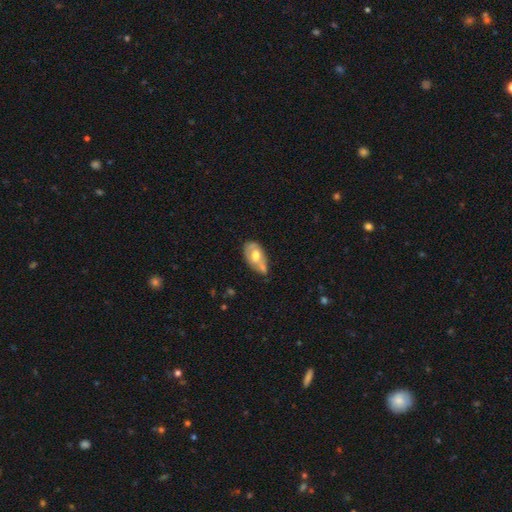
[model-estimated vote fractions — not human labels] Smooth or featured? Predicted: smooth (p=0.50). Merging? Predicted: minor disturbance (p=0.32).